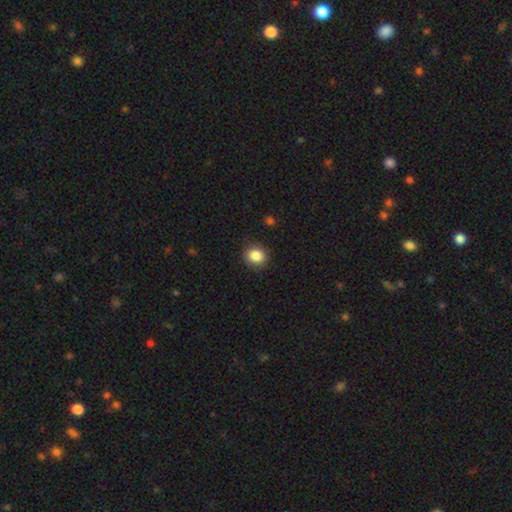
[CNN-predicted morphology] A smooth galaxy with no disk features (86%) that is round (74%).

Vote fractions:
- Smooth or featured? smooth: 86% / star or artifact: 10% / featured or disk: 4%
- How rounded? round: 74% / in between: 25% / cigar-shaped: 1%
- Merging? none: 89% / minor disturbance: 8% / major disturbance: 2% / merger: 1%